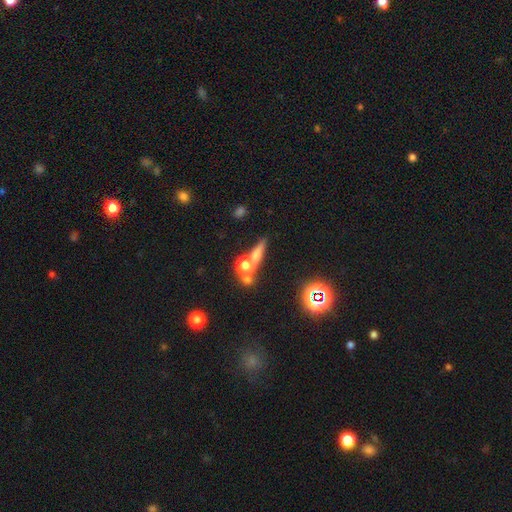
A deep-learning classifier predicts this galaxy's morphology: Q: Smooth or featured?
A: smooth (51%); runner-up: featured or disk (25%)
Q: How rounded?
A: cigar-shaped (40%); runner-up: round (37%)
Q: Merging?
A: none (51%); runner-up: merger (31%)